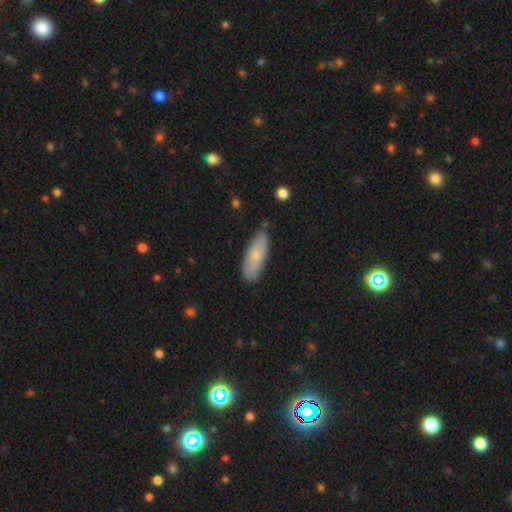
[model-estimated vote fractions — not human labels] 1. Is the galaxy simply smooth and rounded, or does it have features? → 76% smooth, 18% featured or disk, 6% star or artifact.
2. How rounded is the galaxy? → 68% in between, 30% cigar-shaped, 2% round.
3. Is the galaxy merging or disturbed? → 74% none, 21% minor disturbance, 3% major disturbance, 2% merger.